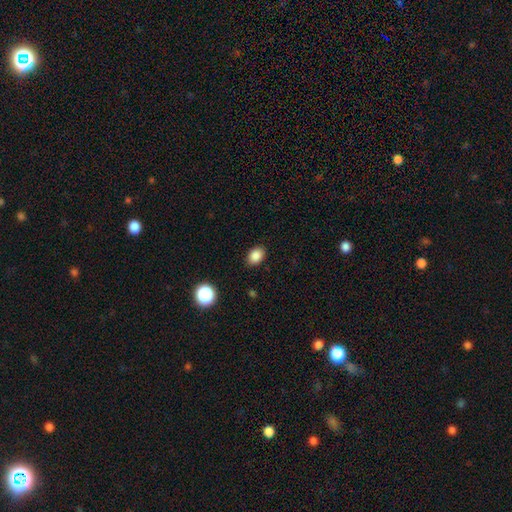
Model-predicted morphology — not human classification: type=smooth (86%); roundness=in between (73%); merging=none (88%).